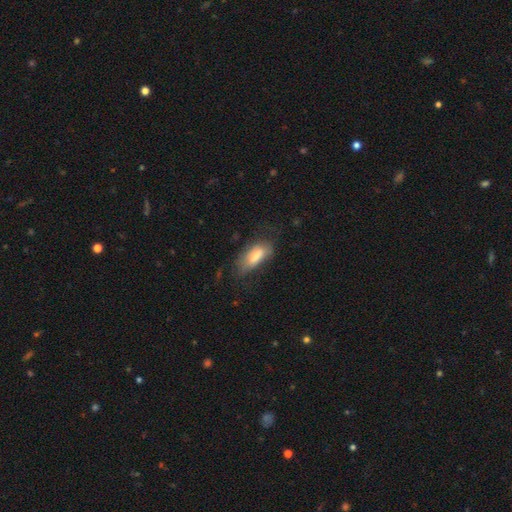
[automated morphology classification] smooth-or-featured: smooth: 73% | featured or disk: 20% | star or artifact: 7%
  how-rounded: in between: 81% | cigar-shaped: 16% | round: 2%
  merging: none: 56% | minor disturbance: 28% | major disturbance: 15% | merger: 2%